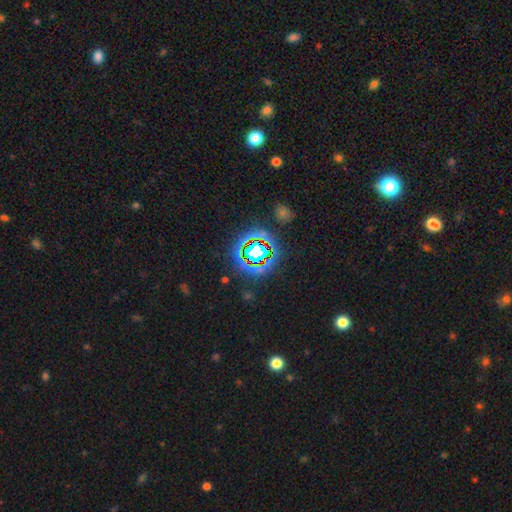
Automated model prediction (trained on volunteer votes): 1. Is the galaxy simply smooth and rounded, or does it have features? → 73% star or artifact, 16% smooth, 11% featured or disk.